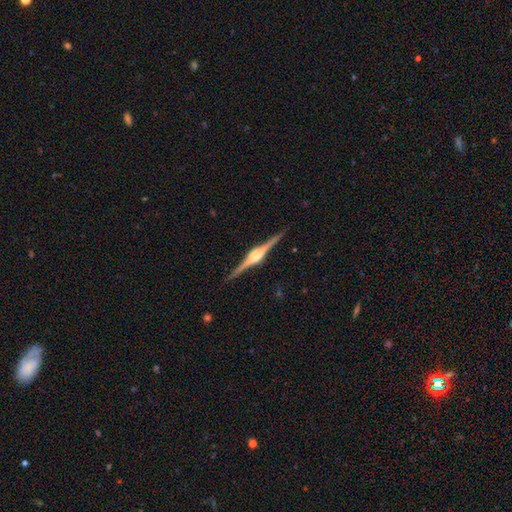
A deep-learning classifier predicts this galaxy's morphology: This is clearly a featured or disk galaxy (89%). It is clearly viewed edge-on (99%). Edge-on bulge: clearly rounded (86%). Merging: clearly none (91%).